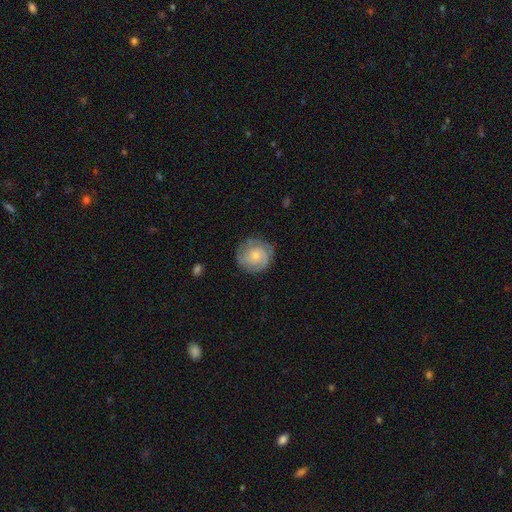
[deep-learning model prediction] Overall: featured or disk (64%; smooth 29%). Edge-on disk: no (98%). Bar: no (76%). Spiral arms: yes (91%). Spiral arm count: 2 (35%; can't tell 31%). Spiral winding: tight (66%). Bulge size: small (58%; moderate 32%). Merging: none (79%).